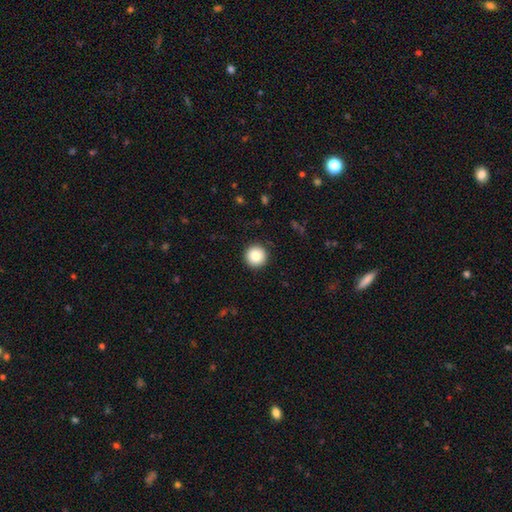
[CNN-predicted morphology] Smooth or featured? smooth (85%)
How rounded? round (96%)
Merging? none (92%)